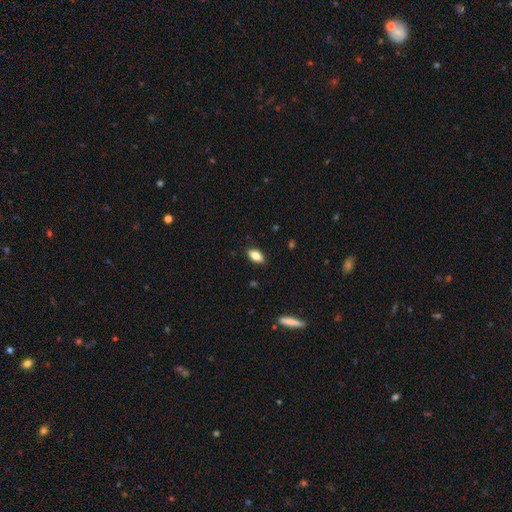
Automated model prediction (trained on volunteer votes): Smooth or featured? smooth (80%)
How rounded? in between (87%)
Merging? none (88%)